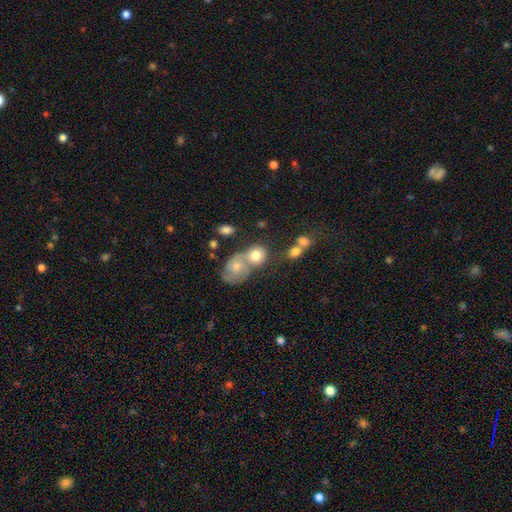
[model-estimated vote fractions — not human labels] A smooth galaxy with no disk features (75%) that is round (68%). Merging: merger (54%).